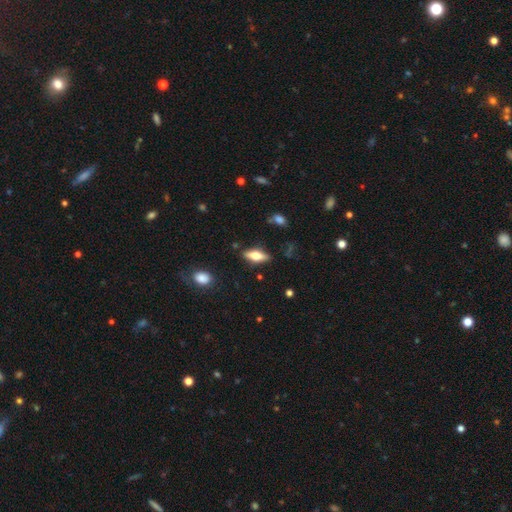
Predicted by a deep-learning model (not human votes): A smooth galaxy with no disk features (48%).

Vote fractions:
- Smooth or featured? smooth: 48% / featured or disk: 45% / star or artifact: 7%
- Merging? none: 83% / minor disturbance: 12% / major disturbance: 3% / merger: 2%